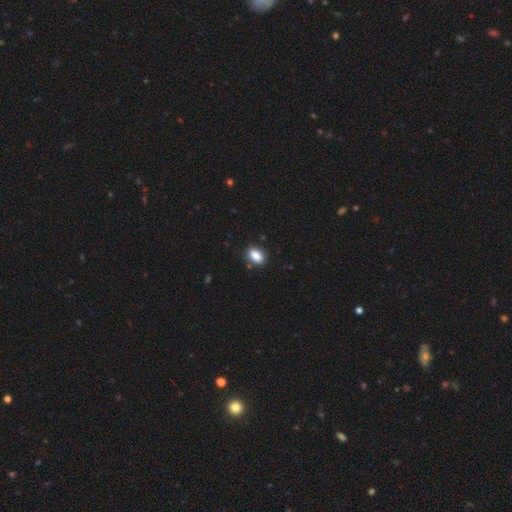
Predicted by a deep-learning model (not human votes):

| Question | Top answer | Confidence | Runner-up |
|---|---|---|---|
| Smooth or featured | smooth | 87% | star or artifact (8%) |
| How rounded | in between | 87% | round (11%) |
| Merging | none | 86% | minor disturbance (10%) |